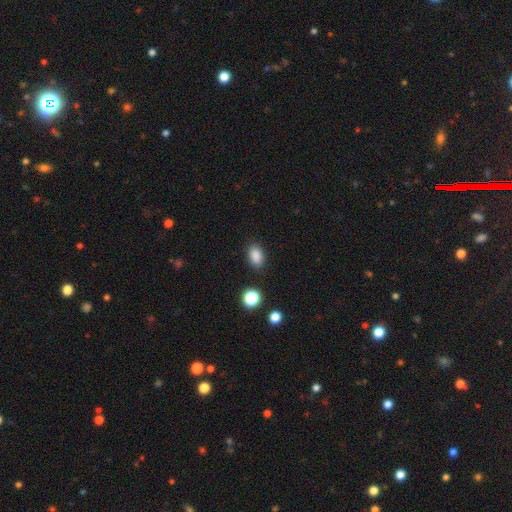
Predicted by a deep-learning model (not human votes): smooth_or_featured: smooth (p=0.86) [alt: star or artifact p=0.10]
how_rounded: in between (p=0.83) [alt: round p=0.16]
merging: none (p=0.86) [alt: minor disturbance p=0.10]